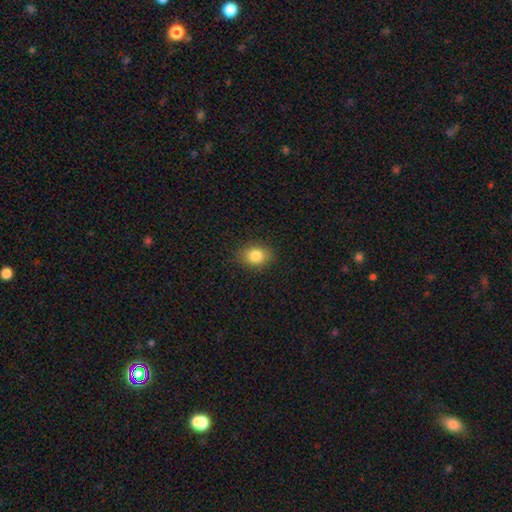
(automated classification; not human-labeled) A smooth galaxy with no disk features (84%) that is in between round and cigar-shaped (64%).

Vote fractions:
- Smooth or featured? smooth: 84% / star or artifact: 10% / featured or disk: 7%
- How rounded? in between: 64% / round: 34% / cigar-shaped: 1%
- Merging? none: 87% / minor disturbance: 10% / major disturbance: 3% / merger: 1%